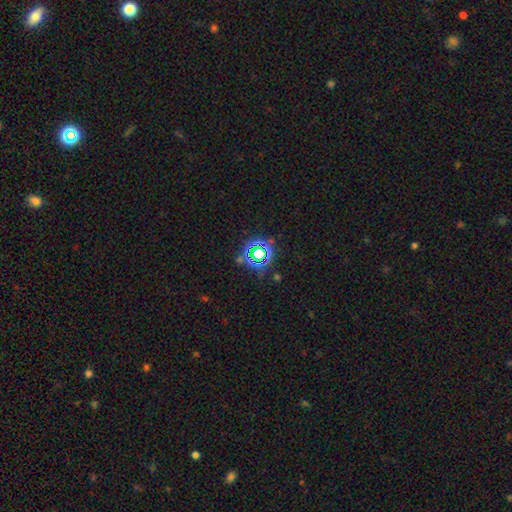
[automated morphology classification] Smooth or featured?
  - star or artifact: 68% *
  - smooth: 21%
  - featured or disk: 11%